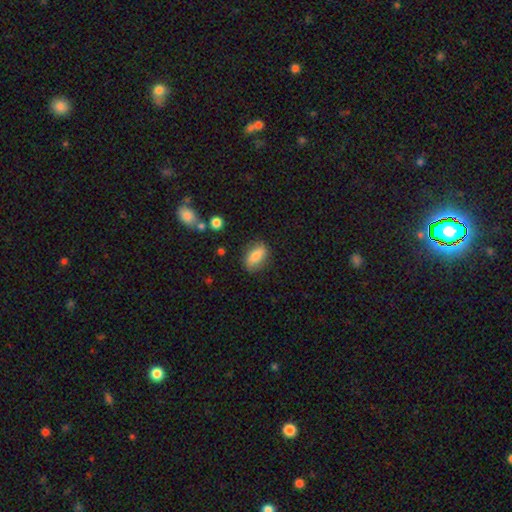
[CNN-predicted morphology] smooth_or_featured: smooth (p=0.79) [alt: featured or disk p=0.13]
how_rounded: in between (p=0.85) [alt: round p=0.08]
merging: none (p=0.80) [alt: minor disturbance p=0.14]